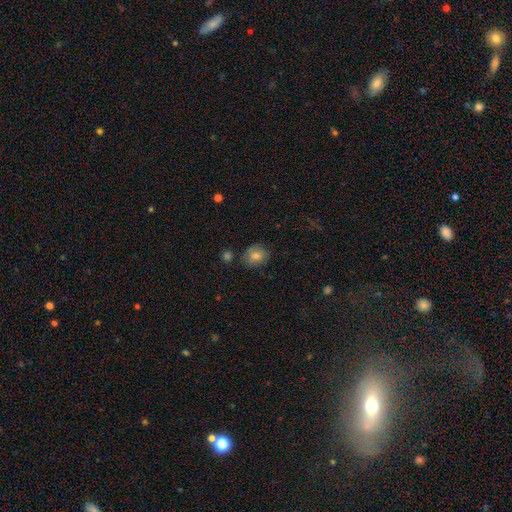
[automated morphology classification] Smooth or featured? Predicted: smooth (p=0.69). How rounded? Predicted: round (p=0.56). Merging? Predicted: none (p=0.76).